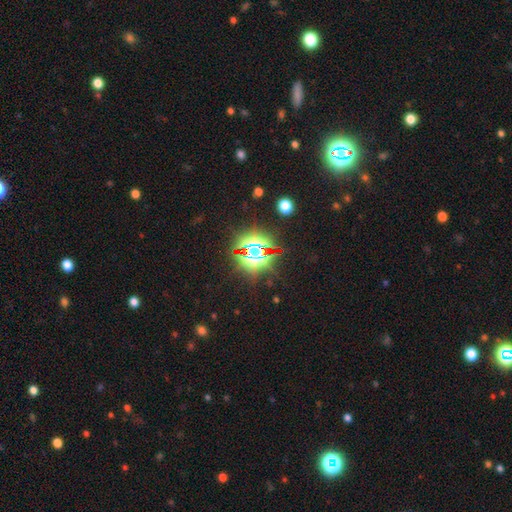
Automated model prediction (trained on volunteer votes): The model was most divided on "smooth or featured": star or artifact: 81%, smooth: 10%, featured or disk: 9%.